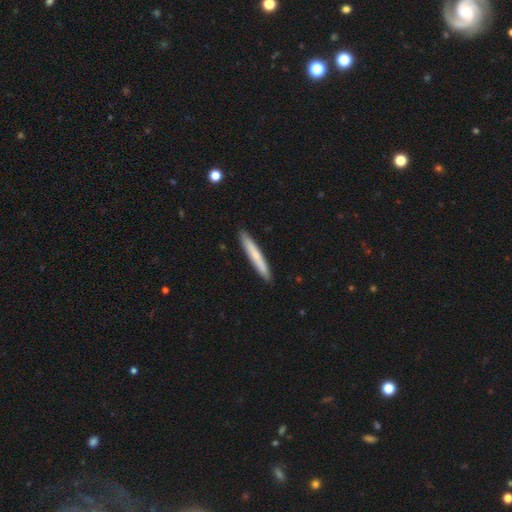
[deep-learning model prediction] A smooth galaxy with no disk features (70%) that is cigar-shaped (96%). Merging: none (91%).